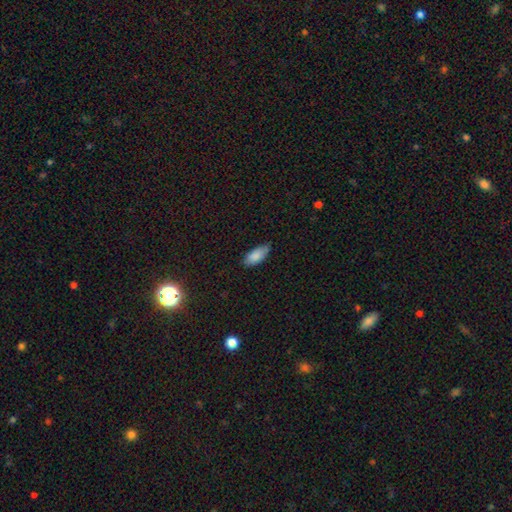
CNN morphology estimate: The model was most divided on "merging": none: 73%, minor disturbance: 23%, major disturbance: 3%, merger: 1%. More confident: how rounded — in between (87%); smooth or featured — smooth (85%).